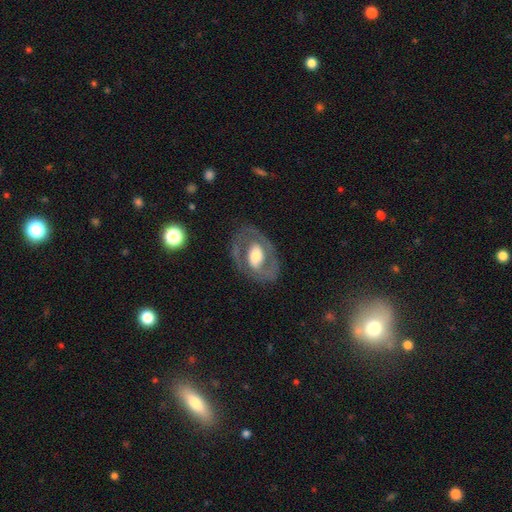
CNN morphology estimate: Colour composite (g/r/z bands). It shows a featured or disk galaxy (68%) with no bar (46%), spiral arms (50%, tied with no) and a moderate central bulge (51%). Merging: none (74%).